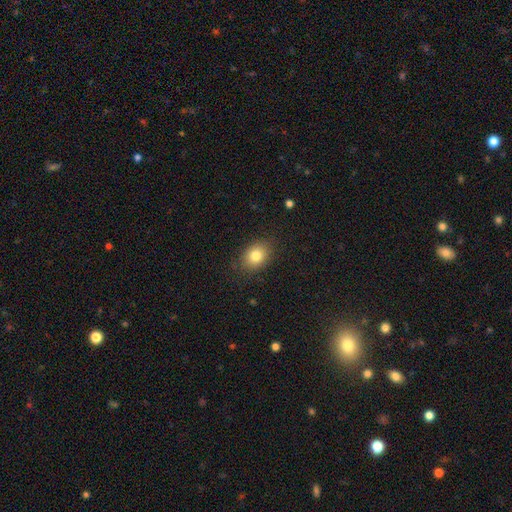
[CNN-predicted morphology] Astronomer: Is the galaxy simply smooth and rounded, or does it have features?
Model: smooth — 80%.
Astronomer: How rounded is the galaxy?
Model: in between — 65%.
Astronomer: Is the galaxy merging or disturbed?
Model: none — 85%.